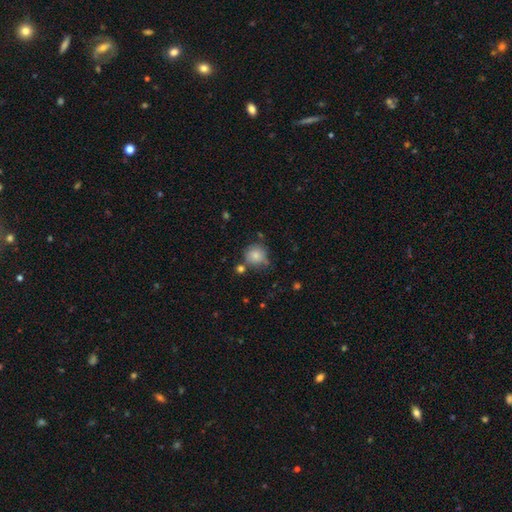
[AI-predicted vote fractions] Smooth or featured? smooth (82%)
How rounded? round (89%)
Merging? none (67%)